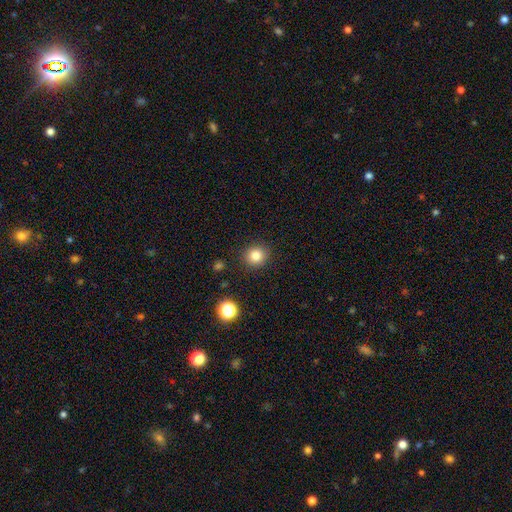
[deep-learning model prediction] Smooth or featured? Predicted: smooth (p=0.83). How rounded? Predicted: round (p=0.89). Merging? Predicted: none (p=0.90).